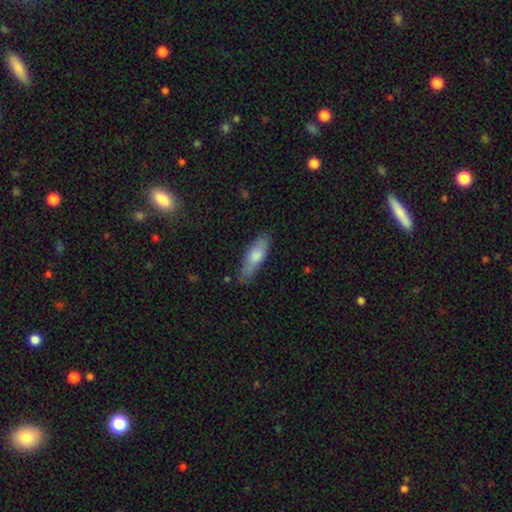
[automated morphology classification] This is likely a smooth galaxy (72%). How rounded: possibly in between (52%). Merging: likely none (70%).